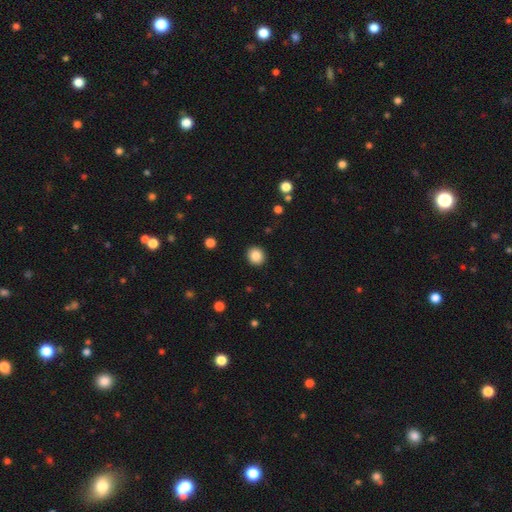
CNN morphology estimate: Smooth or featured? smooth (86%)
How rounded? round (87%)
Merging? none (92%)